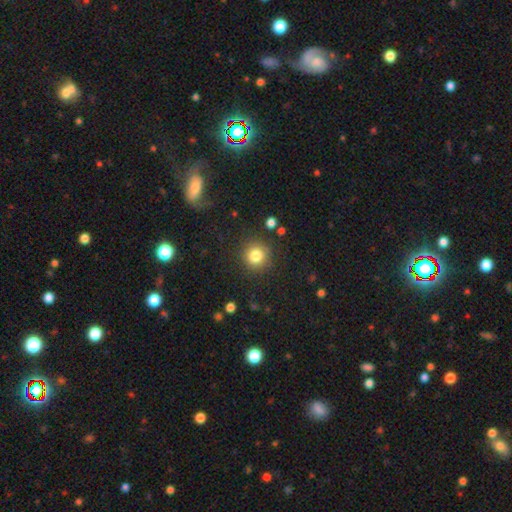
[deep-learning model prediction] This appears to be a smooth galaxy with no disk features (82%) that is round (93%). Merging: none (87%).